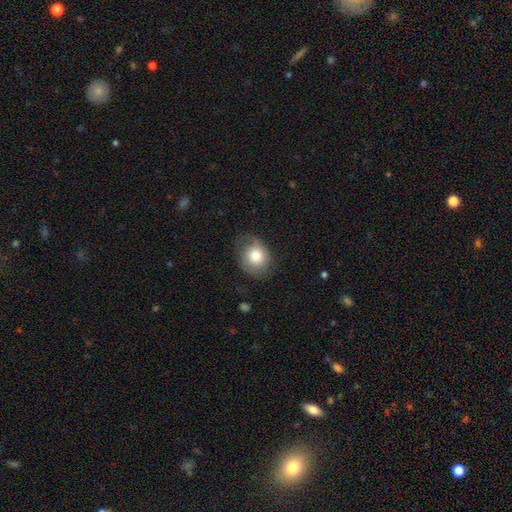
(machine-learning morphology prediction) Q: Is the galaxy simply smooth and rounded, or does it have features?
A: smooth — 74%.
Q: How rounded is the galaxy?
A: round — 59%.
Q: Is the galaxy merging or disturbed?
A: none — 61%.